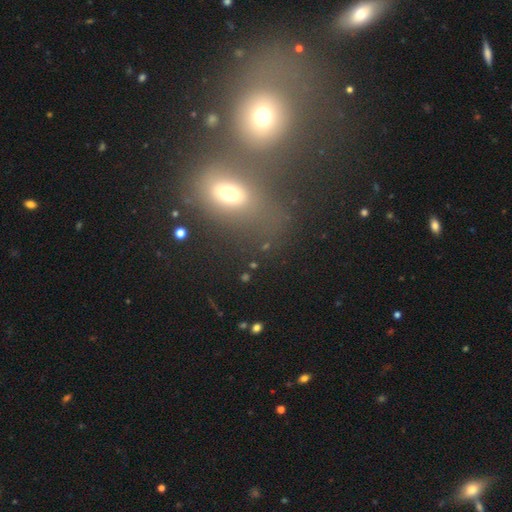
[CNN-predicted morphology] type=smooth (49%); merging=merger (60%).